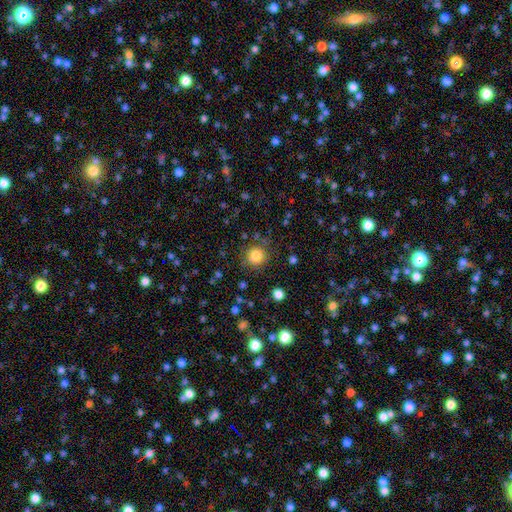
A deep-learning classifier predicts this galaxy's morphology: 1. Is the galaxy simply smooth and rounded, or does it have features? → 82% smooth, 11% star or artifact, 6% featured or disk.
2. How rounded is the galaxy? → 91% round, 8% in between, 1% cigar-shaped.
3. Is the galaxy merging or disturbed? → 81% none, 11% minor disturbance, 5% major disturbance, 3% merger.